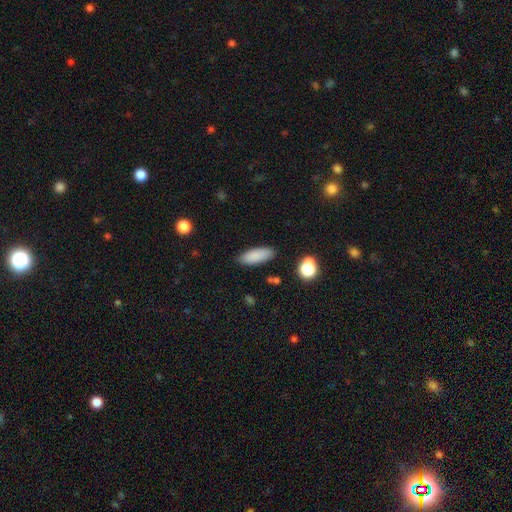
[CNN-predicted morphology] A smooth galaxy with no disk features (86%) that is in between round and cigar-shaped (67%). Merging: none (87%).